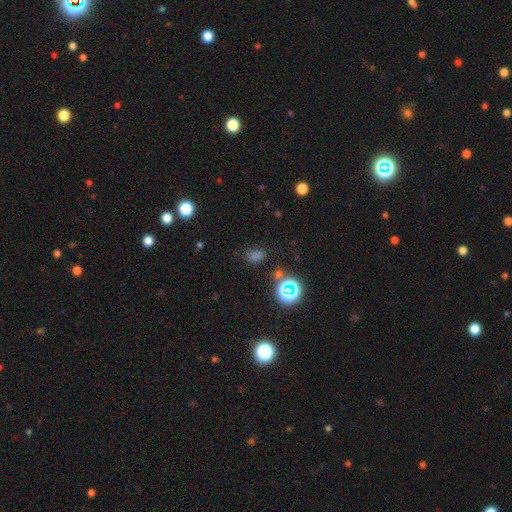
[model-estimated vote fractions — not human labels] smooth-or-featured: smooth: 64% | star or artifact: 30% | featured or disk: 6%
  how-rounded: in between: 68% | round: 29% | cigar-shaped: 2%
  merging: none: 77% | minor disturbance: 13% | major disturbance: 5% | merger: 4%